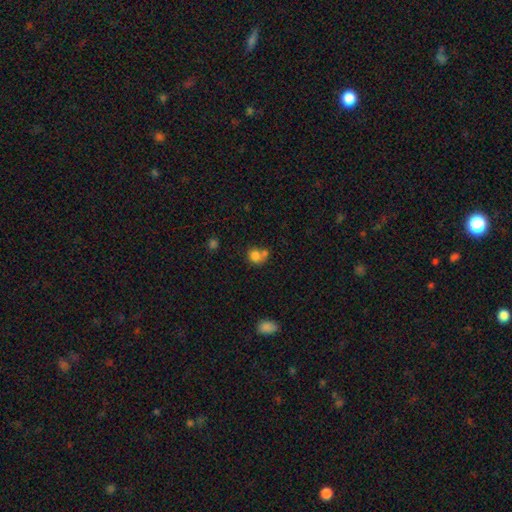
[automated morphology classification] smooth-or-featured: smooth: 79% | star or artifact: 11% | featured or disk: 10%
  how-rounded: round: 71% | in between: 28% | cigar-shaped: 1%
  merging: merger: 43% | none: 40% | minor disturbance: 12% | major disturbance: 6%